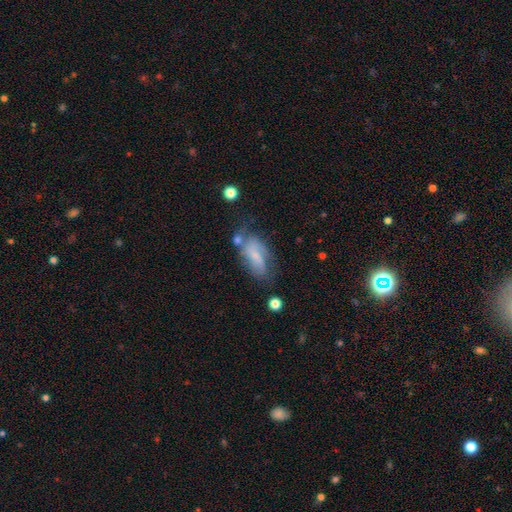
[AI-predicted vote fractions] smooth-or-featured: smooth: 48% | featured or disk: 43% | star or artifact: 8%
  merging: none: 44% | minor disturbance: 27% | major disturbance: 17% | merger: 12%